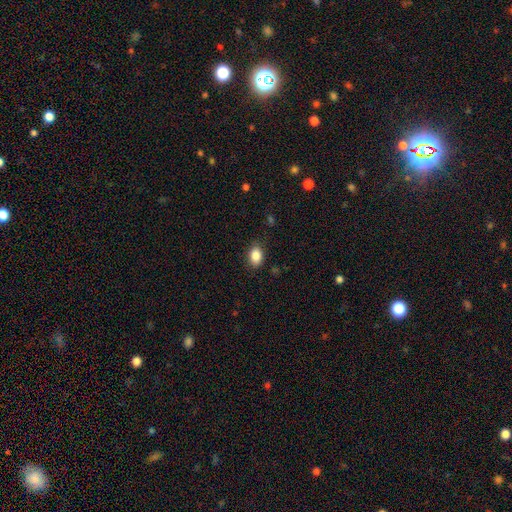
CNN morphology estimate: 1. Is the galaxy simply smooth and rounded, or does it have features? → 86% smooth, 9% star or artifact, 5% featured or disk.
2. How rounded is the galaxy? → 78% in between, 20% round, 1% cigar-shaped.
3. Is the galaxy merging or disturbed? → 85% none, 11% minor disturbance, 3% major disturbance, 1% merger.